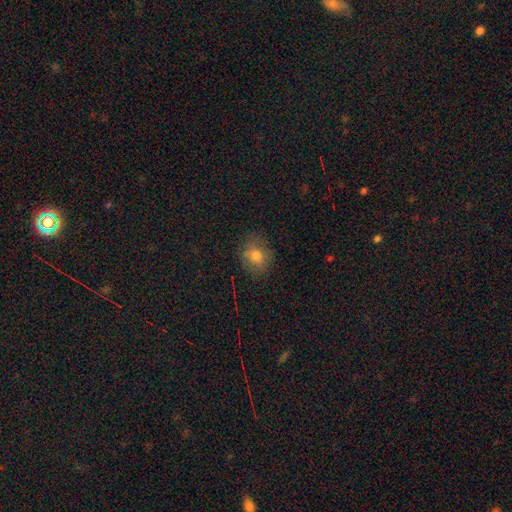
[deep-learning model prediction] This is likely a smooth galaxy (75%). How rounded: likely round (66%). Merging: likely none (80%).